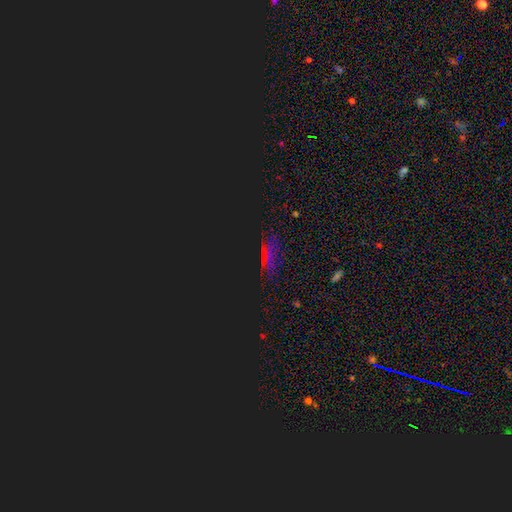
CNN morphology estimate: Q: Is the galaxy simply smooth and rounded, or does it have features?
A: star or artifact — 78%.